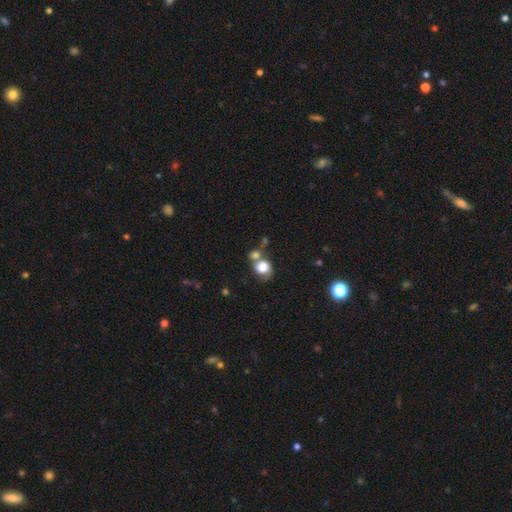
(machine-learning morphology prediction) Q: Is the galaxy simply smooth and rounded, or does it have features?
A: smooth — 52%.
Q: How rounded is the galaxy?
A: round — 75%.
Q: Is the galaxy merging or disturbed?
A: none — 60%.